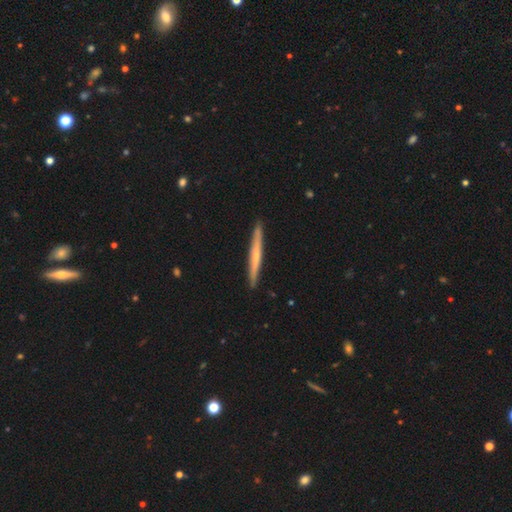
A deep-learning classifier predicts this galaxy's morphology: Smooth or featured?
  - featured or disk: 50% *
  - smooth: 45%
  - star or artifact: 6%
Merging?
  - none: 92% *
  - minor disturbance: 6%
  - major disturbance: 1%
  - merger: 1%